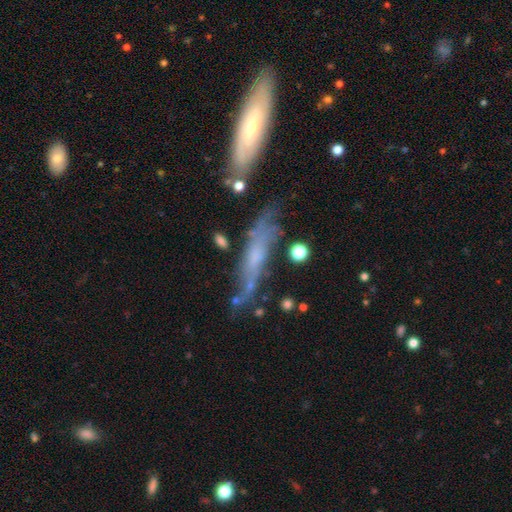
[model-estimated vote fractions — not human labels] Overall: featured or disk (56%; smooth 33%). Edge-on disk: no (54%; yes 46%). Merging: none (56%; minor disturbance 23%).